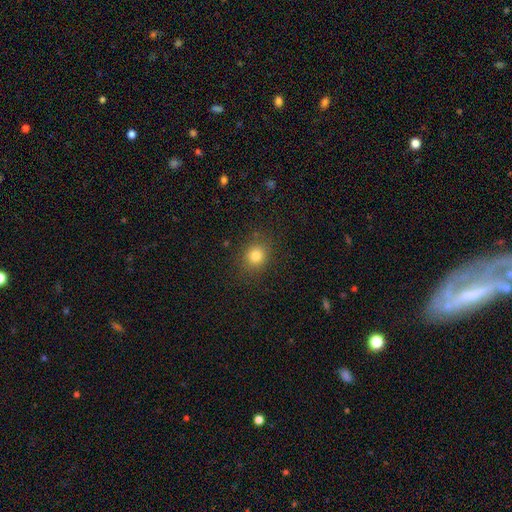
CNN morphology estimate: Smooth or featured: smooth — 80% (star or artifact — 13%)
How rounded: round — 76% (in between — 23%)
Merging: none — 85% (minor disturbance — 10%)